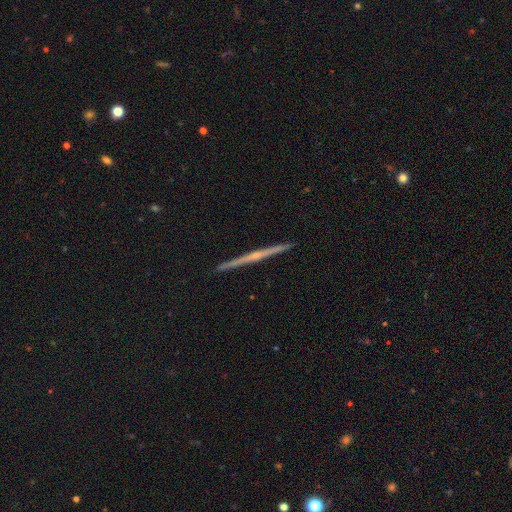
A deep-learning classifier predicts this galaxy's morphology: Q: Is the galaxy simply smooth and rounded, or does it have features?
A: featured or disk — 76%.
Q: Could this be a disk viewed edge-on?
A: yes — 99%.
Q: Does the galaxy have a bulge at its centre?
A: none — 48%.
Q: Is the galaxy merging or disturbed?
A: none — 94%.